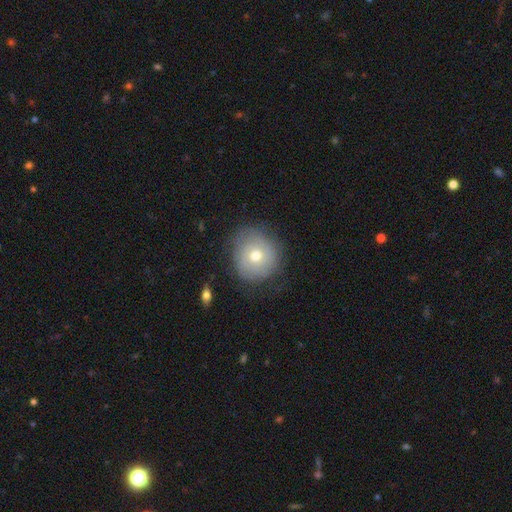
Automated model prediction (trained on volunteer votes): Overall: smooth (57%; featured or disk 34%). How rounded: round (88%). Merging: none (75%).